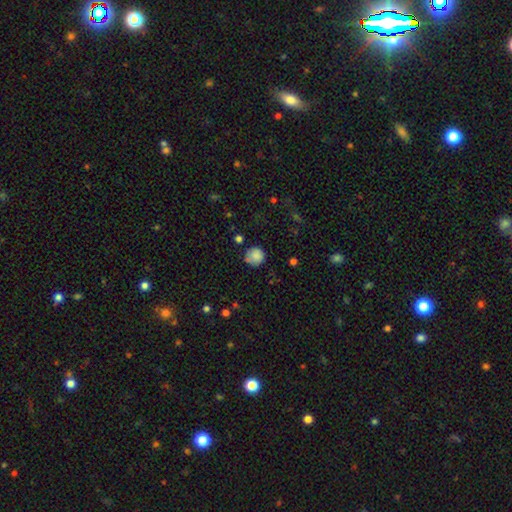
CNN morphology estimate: smooth 85%, star or artifact 9%, featured or disk 7%. Down the decision tree: how rounded — round (91%); merging — none (73%).